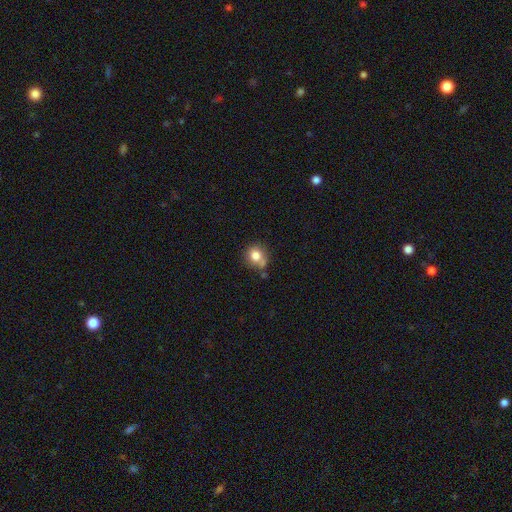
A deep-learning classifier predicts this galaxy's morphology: Smooth or featured? Predicted: smooth (p=0.80). How rounded? Predicted: round (p=0.81). Merging? Predicted: none (p=0.60).